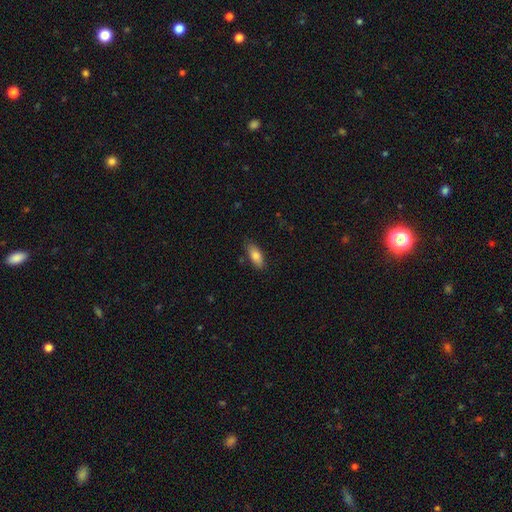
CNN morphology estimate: Smooth or featured?
  - smooth: 82% *
  - featured or disk: 12%
  - star or artifact: 7%
How rounded?
  - in between: 79% *
  - cigar-shaped: 19%
  - round: 2%
Merging?
  - none: 81% *
  - minor disturbance: 15%
  - major disturbance: 3%
  - merger: 2%